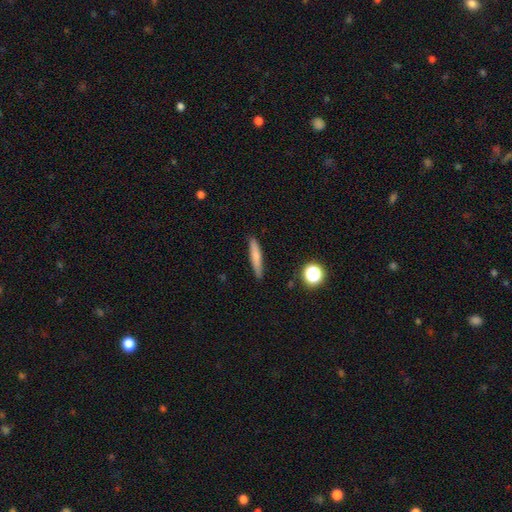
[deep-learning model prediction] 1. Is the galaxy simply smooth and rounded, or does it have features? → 71% smooth, 21% featured or disk, 8% star or artifact.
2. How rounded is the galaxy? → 91% cigar-shaped, 7% in between, 2% round.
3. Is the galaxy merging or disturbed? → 87% none, 10% minor disturbance, 2% major disturbance, 2% merger.